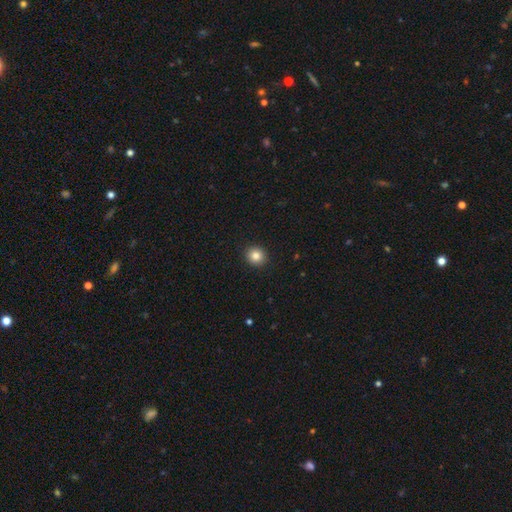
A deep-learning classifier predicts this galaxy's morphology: Smooth or featured? Predicted: smooth (p=0.84). How rounded? Predicted: round (p=0.89). Merging? Predicted: none (p=0.93).